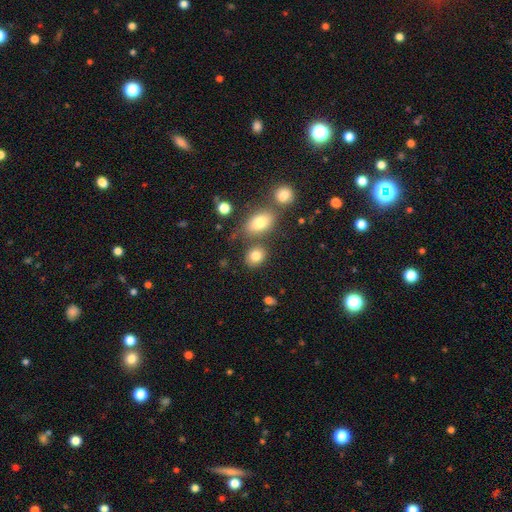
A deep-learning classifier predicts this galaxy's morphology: Overall: smooth (81%). How rounded: round (53%; in between 45%). Merging: none (72%).